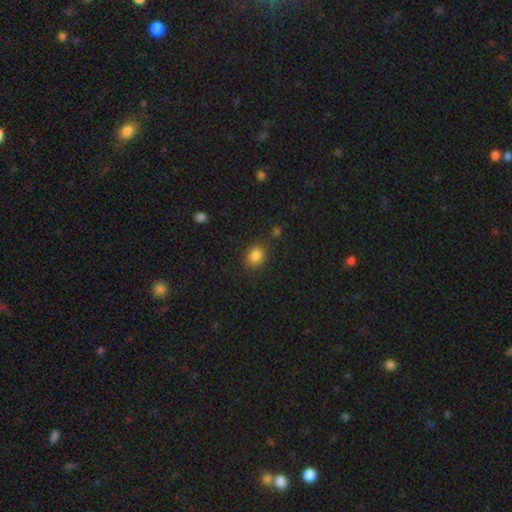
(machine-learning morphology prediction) type=smooth (83%); roundness=round (63%); merging=none (80%).